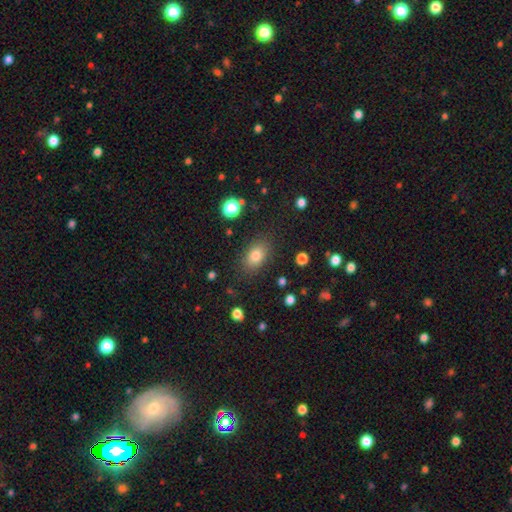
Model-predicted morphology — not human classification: Q: Smooth or featured?
A: smooth (80%); runner-up: star or artifact (11%)
Q: How rounded?
A: in between (81%); runner-up: round (18%)
Q: Merging?
A: none (84%); runner-up: minor disturbance (10%)